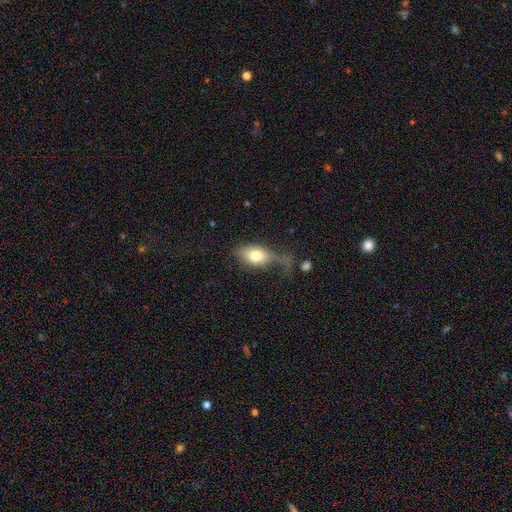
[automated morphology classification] Smooth or featured? smooth (72%)
How rounded? in between (84%)
Merging? major disturbance (37%)